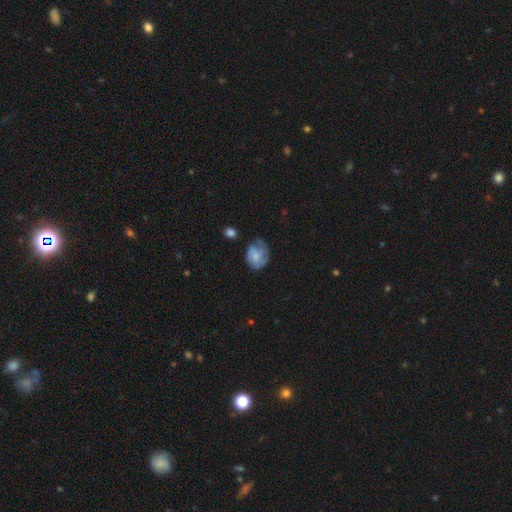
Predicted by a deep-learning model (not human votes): Smooth or featured?
  - smooth: 53% *
  - featured or disk: 39%
  - star or artifact: 8%
How rounded?
  - round: 54% *
  - in between: 45%
  - cigar-shaped: 1%
Merging?
  - none: 46% *
  - minor disturbance: 34%
  - major disturbance: 18%
  - merger: 3%